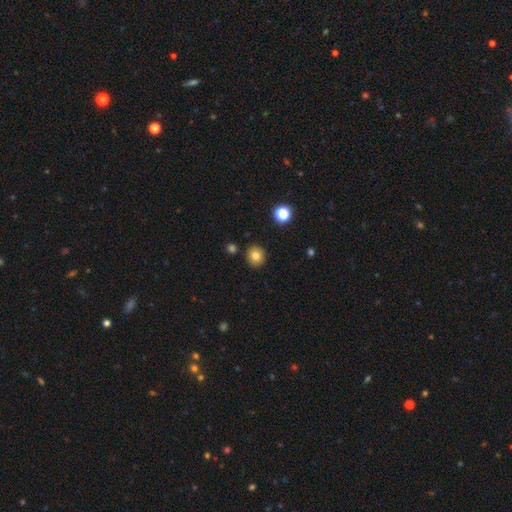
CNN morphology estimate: Smooth or featured? Predicted: smooth (p=0.79). How rounded? Predicted: round (p=0.84). Merging? Predicted: none (p=0.89).